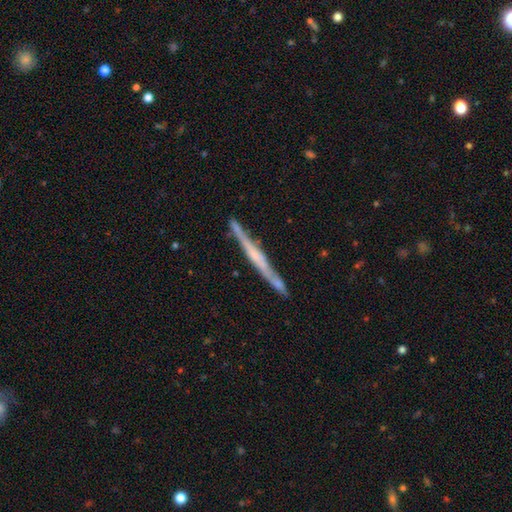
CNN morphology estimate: Smooth or featured: featured or disk — 73% (smooth — 22%)
Edge-on disk: yes — 97% (no — 3%)
Edge-on bulge: none — 44% (rounded — 37%)
Merging: none — 83% (minor disturbance — 11%)